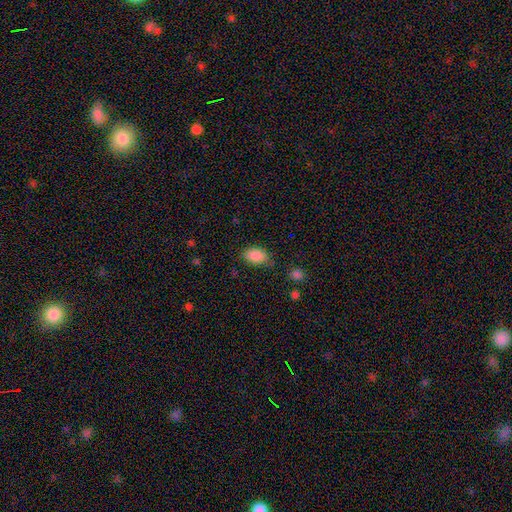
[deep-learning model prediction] Smooth or featured?
  - smooth: 88% *
  - star or artifact: 8%
  - featured or disk: 4%
How rounded?
  - in between: 89% *
  - round: 9%
  - cigar-shaped: 2%
Merging?
  - none: 74% *
  - minor disturbance: 19%
  - major disturbance: 5%
  - merger: 2%